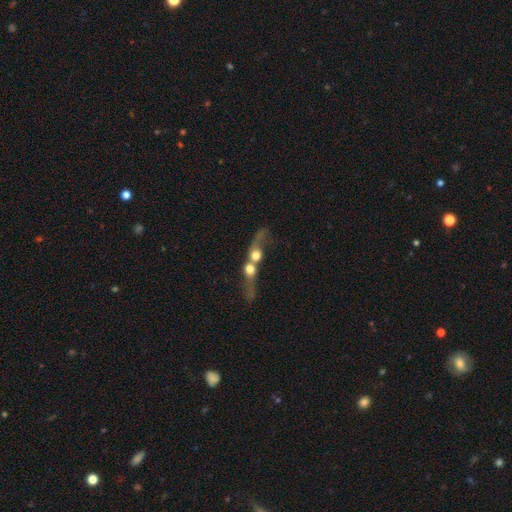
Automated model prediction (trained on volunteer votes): A smooth galaxy with no disk features (46%).

Vote fractions:
- Smooth or featured? smooth: 46% / featured or disk: 41% / star or artifact: 13%
- Merging? merger: 74% / none: 12% / major disturbance: 10% / minor disturbance: 5%